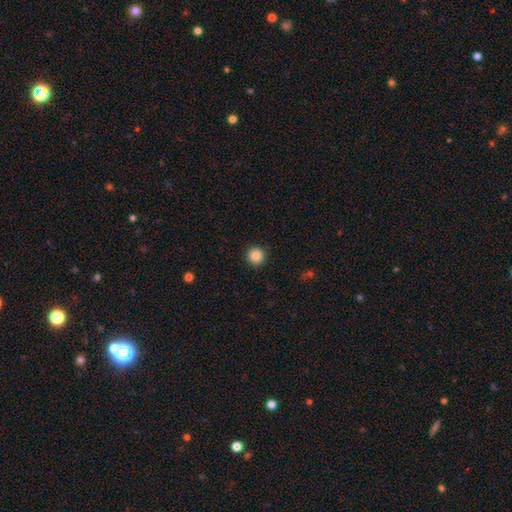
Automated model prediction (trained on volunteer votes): A smooth galaxy with no disk features (85%) that is round (96%).

Vote fractions:
- Smooth or featured? smooth: 85% / star or artifact: 10% / featured or disk: 5%
- How rounded? round: 96% / in between: 4% / cigar-shaped: 1%
- Merging? none: 92% / minor disturbance: 5% / major disturbance: 2% / merger: 1%